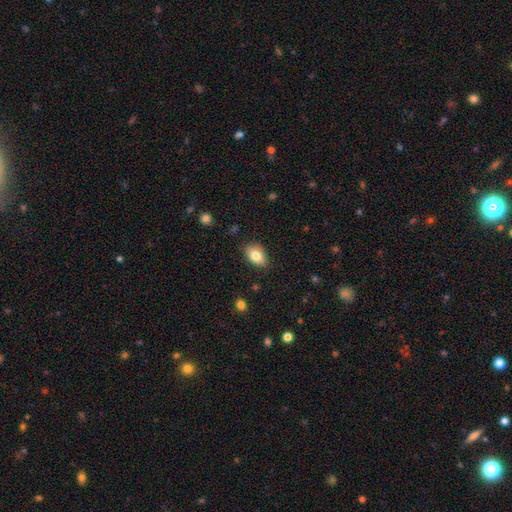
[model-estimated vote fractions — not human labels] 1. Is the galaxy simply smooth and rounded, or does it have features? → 80% smooth, 12% featured or disk, 8% star or artifact.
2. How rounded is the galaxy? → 87% in between, 11% round, 2% cigar-shaped.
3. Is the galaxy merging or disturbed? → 80% none, 16% minor disturbance, 3% major disturbance, 1% merger.